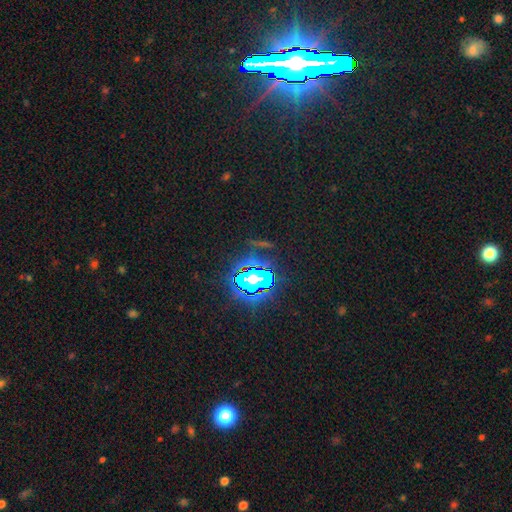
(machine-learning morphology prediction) Smooth or featured? Predicted: star or artifact (p=0.84).